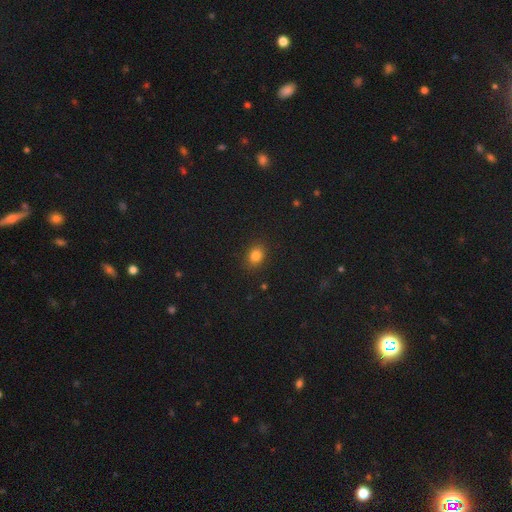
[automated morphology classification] Smooth or featured?
  - smooth: 83% *
  - star or artifact: 12%
  - featured or disk: 5%
How rounded?
  - round: 51% *
  - in between: 48%
  - cigar-shaped: 1%
Merging?
  - none: 88% *
  - minor disturbance: 8%
  - major disturbance: 2%
  - merger: 1%